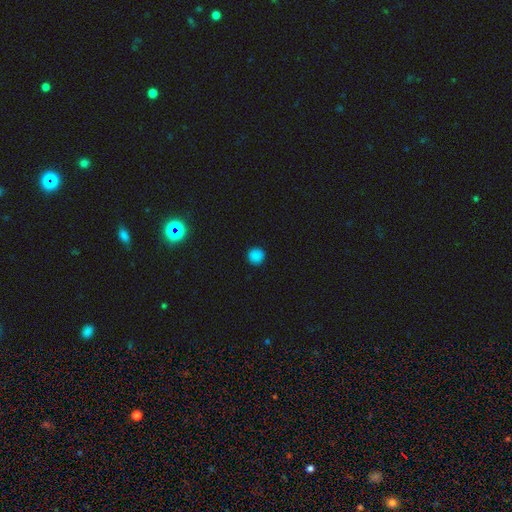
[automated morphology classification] smooth 85%, star or artifact 13%, featured or disk 3%. Down the decision tree: how rounded — round (95%); merging — none (92%).